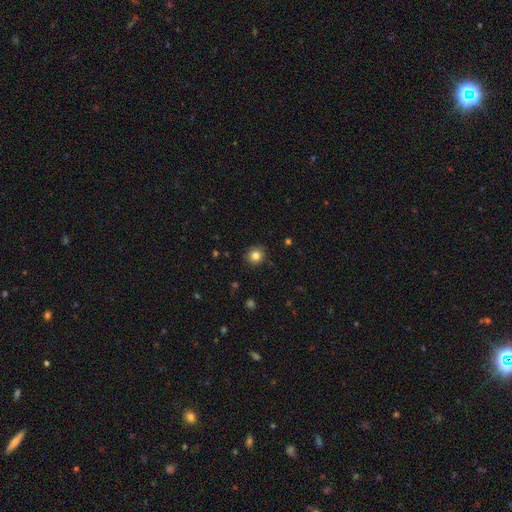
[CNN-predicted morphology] Smooth or featured? Predicted: smooth (p=0.83). How rounded? Predicted: round (p=0.92). Merging? Predicted: none (p=0.89).